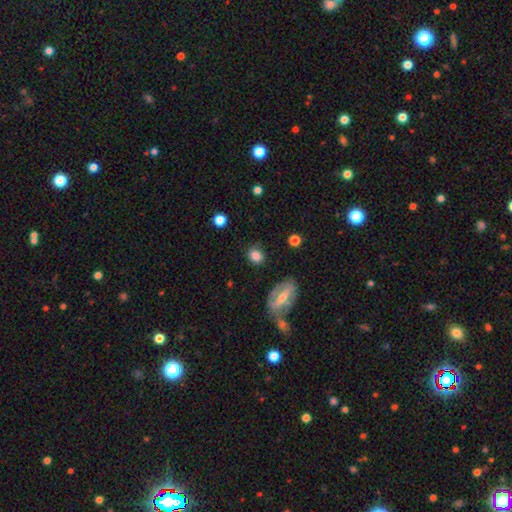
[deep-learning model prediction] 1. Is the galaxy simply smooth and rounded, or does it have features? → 77% smooth, 14% featured or disk, 9% star or artifact.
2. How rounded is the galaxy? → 55% round, 43% in between, 2% cigar-shaped.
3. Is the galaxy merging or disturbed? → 71% none, 19% minor disturbance, 7% major disturbance, 3% merger.